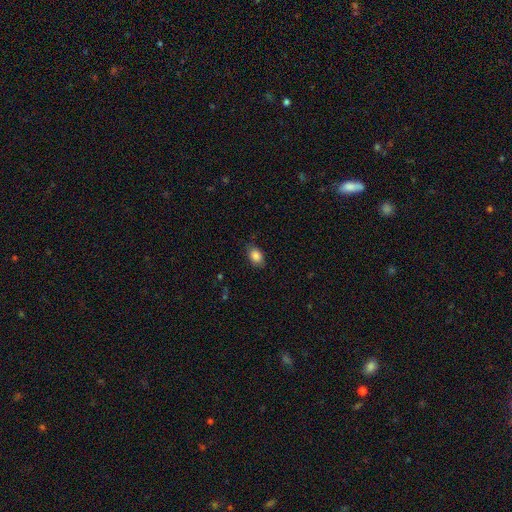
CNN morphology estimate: smooth-or-featured: smooth: 87% | star or artifact: 8% | featured or disk: 5%
  how-rounded: in between: 78% | round: 21% | cigar-shaped: 1%
  merging: none: 78% | minor disturbance: 17% | major disturbance: 4% | merger: 1%